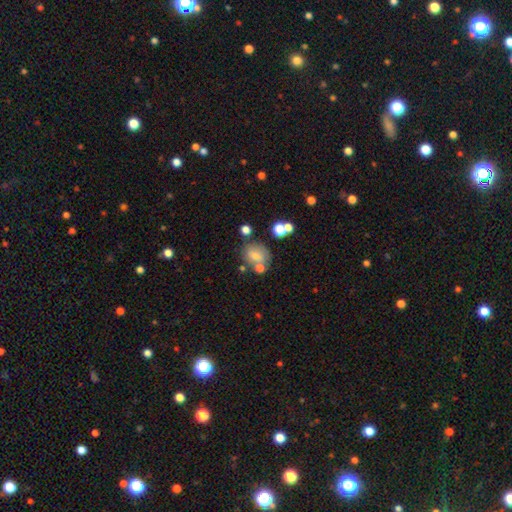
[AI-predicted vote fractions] Overall: smooth (59%; featured or disk 28%). How rounded: round (59%; in between 40%). Merging: none (56%; merger 19%).